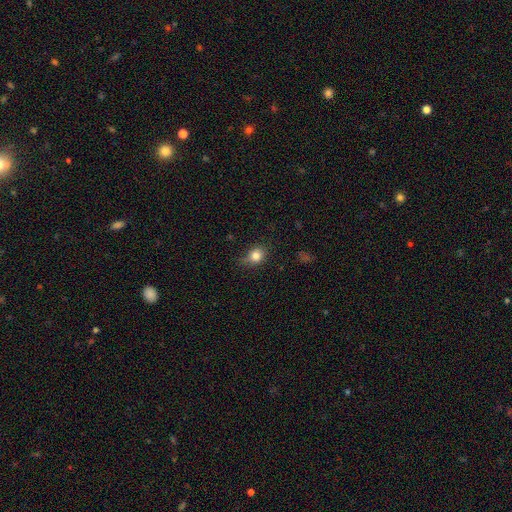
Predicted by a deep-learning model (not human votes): This appears to be a smooth galaxy with no disk features (82%) that is round (61%). Merging: none (65%).